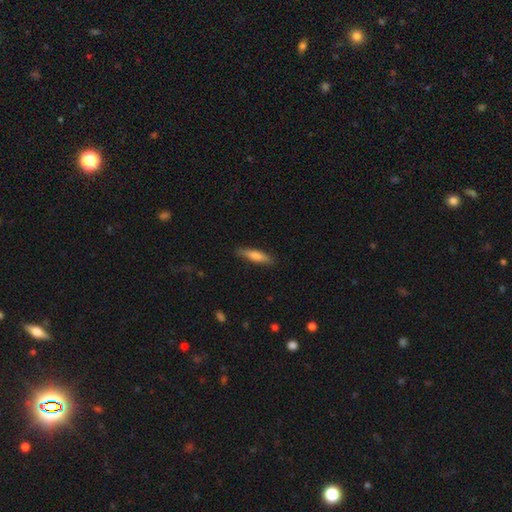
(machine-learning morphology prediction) type=smooth (71%); roundness=cigar-shaped (79%); merging=none (86%).